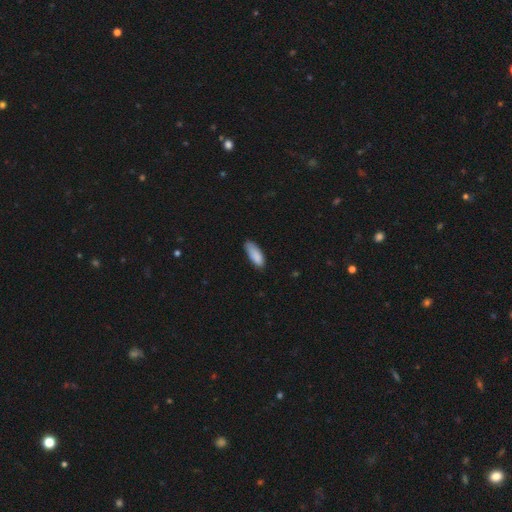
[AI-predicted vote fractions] Morphology: type=smooth (87%); roundness=in between (72%); merging=none (67%).